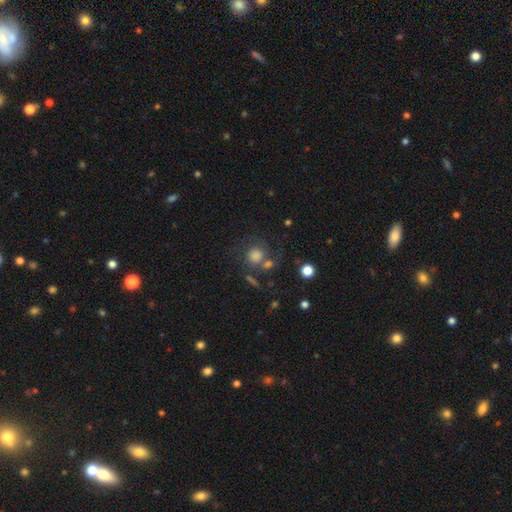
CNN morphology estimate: This appears to be a smooth galaxy with no disk features (61%) that is round (85%). Merging: none (57%).